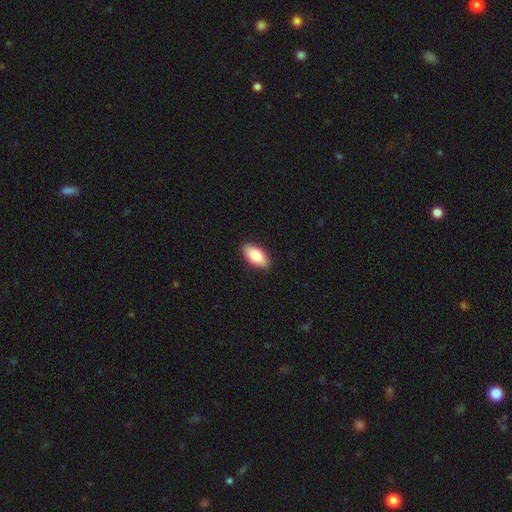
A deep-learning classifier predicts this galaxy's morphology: Smooth or featured?
  - smooth: 82% *
  - featured or disk: 12%
  - star or artifact: 6%
How rounded?
  - in between: 92% *
  - cigar-shaped: 5%
  - round: 3%
Merging?
  - none: 90% *
  - minor disturbance: 7%
  - major disturbance: 2%
  - merger: 1%